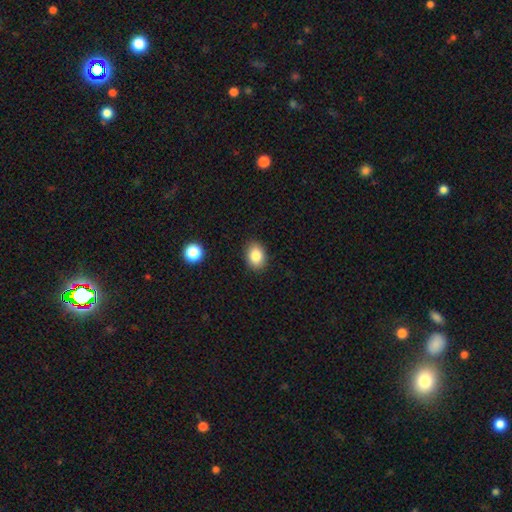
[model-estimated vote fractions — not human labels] A smooth galaxy with no disk features (83%) that is in between round and cigar-shaped (69%).

Vote fractions:
- Smooth or featured? smooth: 83% / star or artifact: 9% / featured or disk: 7%
- How rounded? in between: 69% / round: 30% / cigar-shaped: 1%
- Merging? none: 88% / minor disturbance: 8% / major disturbance: 2% / merger: 1%